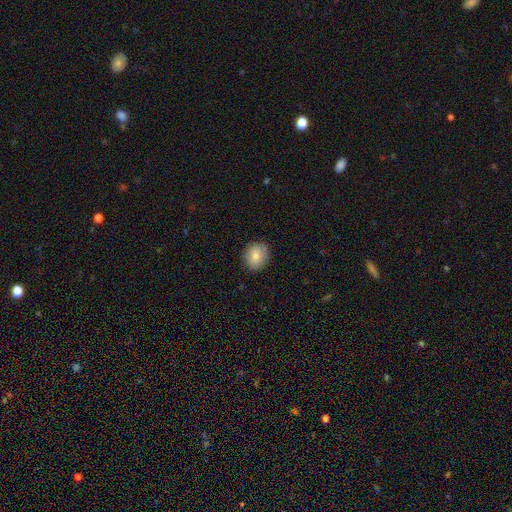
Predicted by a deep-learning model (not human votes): A smooth galaxy with no disk features (81%) that is round (66%). Merging: none (86%).